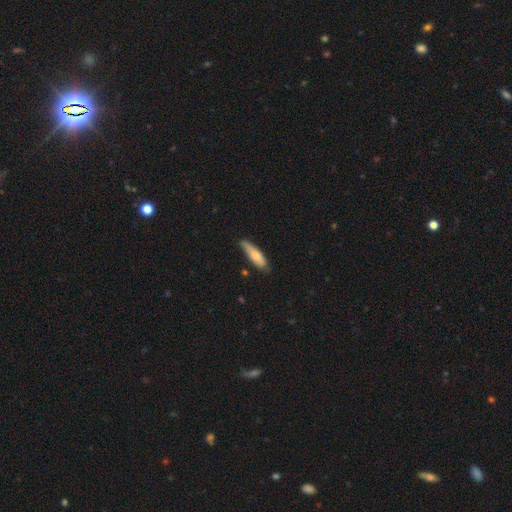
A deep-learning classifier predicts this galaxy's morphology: Q: Smooth or featured?
A: smooth (74%); runner-up: featured or disk (21%)
Q: How rounded?
A: cigar-shaped (65%); runner-up: in between (33%)
Q: Merging?
A: none (65%); runner-up: minor disturbance (28%)